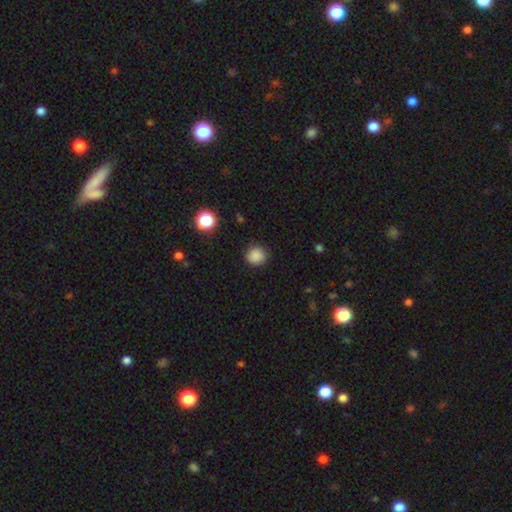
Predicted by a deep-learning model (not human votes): This is clearly a smooth galaxy (86%). How rounded: clearly round (90%). Merging: clearly none (87%).